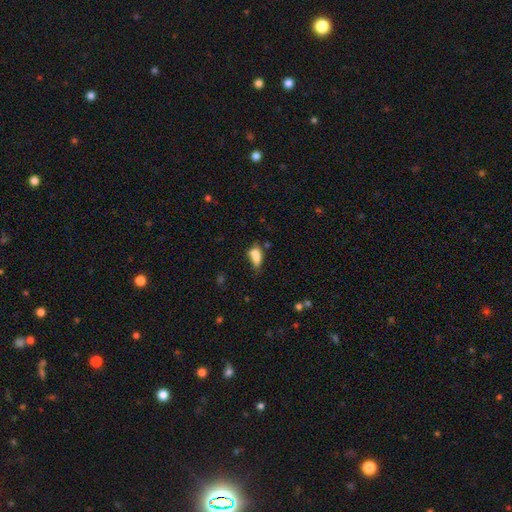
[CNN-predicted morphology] smooth_or_featured: smooth (p=0.75) [alt: featured or disk p=0.14]
how_rounded: in between (p=0.82) [alt: cigar-shaped p=0.12]
merging: minor disturbance (p=0.29) [tied with: none p=0.29]